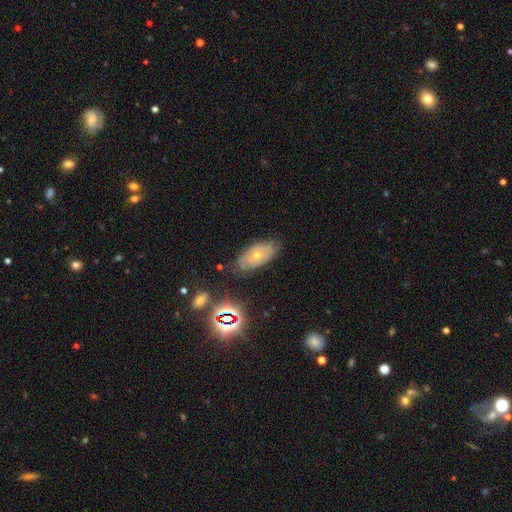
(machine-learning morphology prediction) The model was most divided on "smooth or featured": featured or disk: 54%, smooth: 24%, star or artifact: 22%. More confident: edge-on disk — no (88%); merging — none (75%).